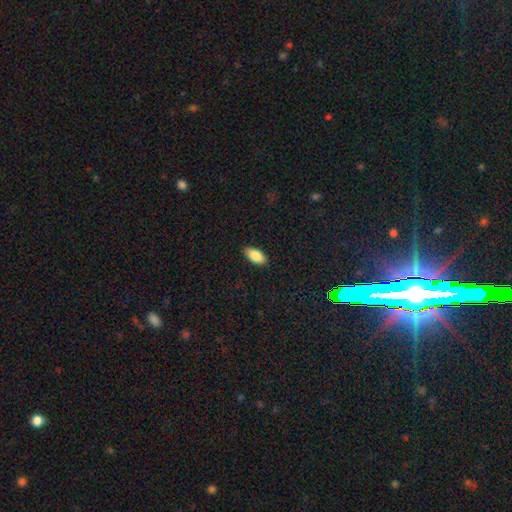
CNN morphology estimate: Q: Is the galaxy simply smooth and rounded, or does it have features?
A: smooth — 86%.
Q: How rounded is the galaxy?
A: in between — 89%.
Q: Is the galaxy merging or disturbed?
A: none — 87%.